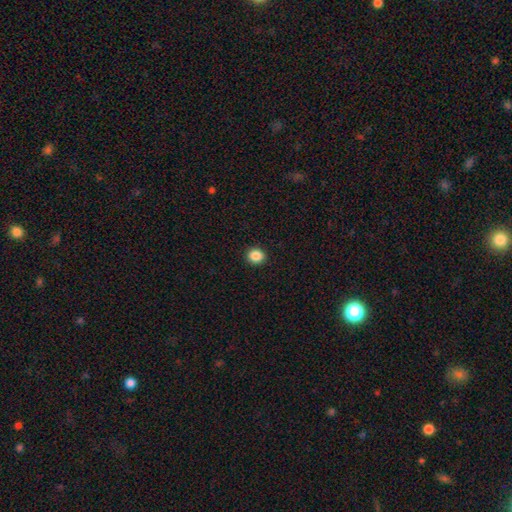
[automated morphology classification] smooth 87%, star or artifact 10%, featured or disk 3%. Down the decision tree: how rounded — round (82%); merging — none (93%).